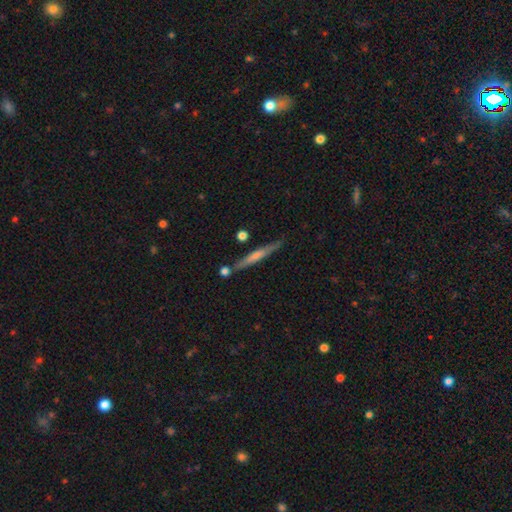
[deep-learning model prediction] smooth-or-featured: featured or disk: 68% | smooth: 22% | star or artifact: 10%
  disk-edge-on: yes: 97% | no: 3%
    edge-on-bulge: rounded: 66% | none: 23% | boxy: 10%
  merging: none: 85% | minor disturbance: 9% | merger: 4% | major disturbance: 2%